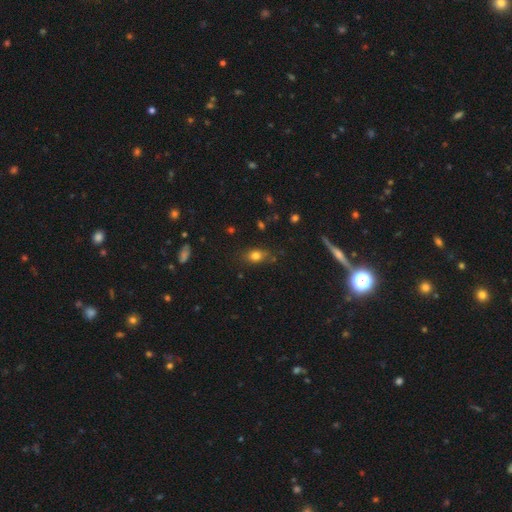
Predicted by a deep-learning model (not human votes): This appears to be a smooth galaxy with no disk features (78%) that is in between round and cigar-shaped (66%). Merging: none (71%).